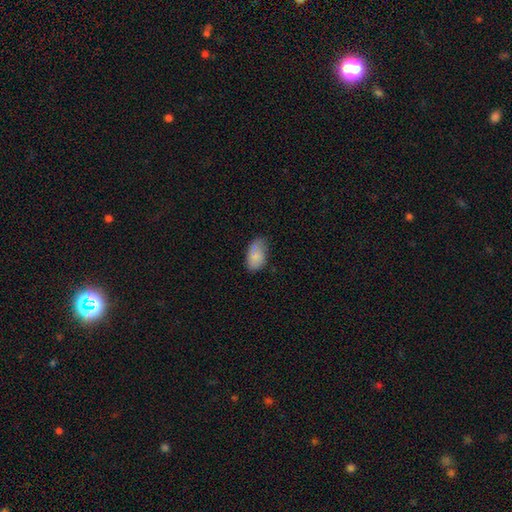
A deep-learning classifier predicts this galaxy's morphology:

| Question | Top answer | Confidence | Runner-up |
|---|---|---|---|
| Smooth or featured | smooth | 80% | featured or disk (12%) |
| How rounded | in between | 93% | round (5%) |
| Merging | none | 56% | minor disturbance (32%) |